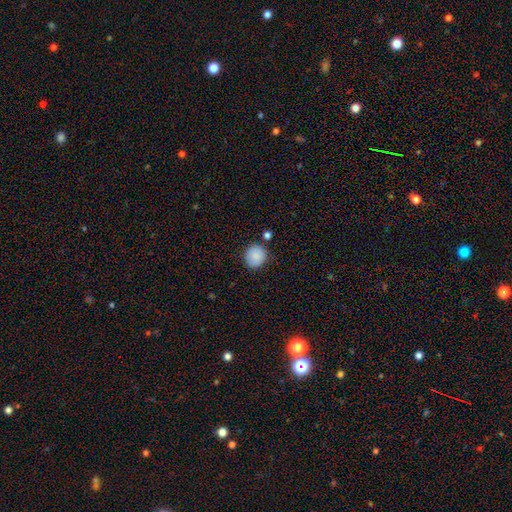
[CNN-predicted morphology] Overall: smooth (87%). How rounded: round (89%). Merging: none (83%).